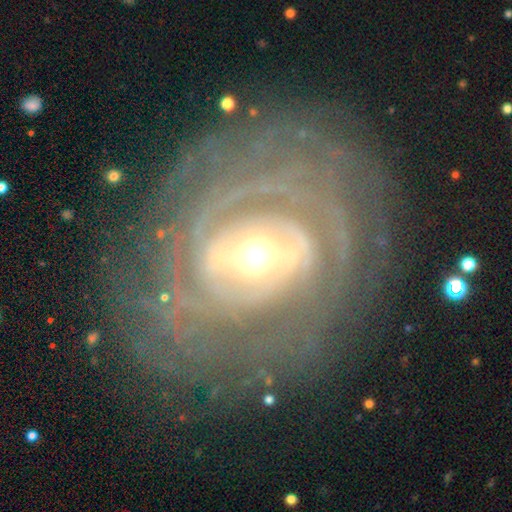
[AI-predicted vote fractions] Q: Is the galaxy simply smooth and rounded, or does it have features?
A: featured or disk — 88%.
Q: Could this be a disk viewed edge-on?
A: no — 96%.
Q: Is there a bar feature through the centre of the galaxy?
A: strong — 35%.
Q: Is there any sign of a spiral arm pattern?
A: yes — 90%.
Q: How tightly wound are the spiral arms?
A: tight — 64%.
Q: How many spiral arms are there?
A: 2 — 36%.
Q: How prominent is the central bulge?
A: moderate — 63%.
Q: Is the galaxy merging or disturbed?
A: none — 73%.